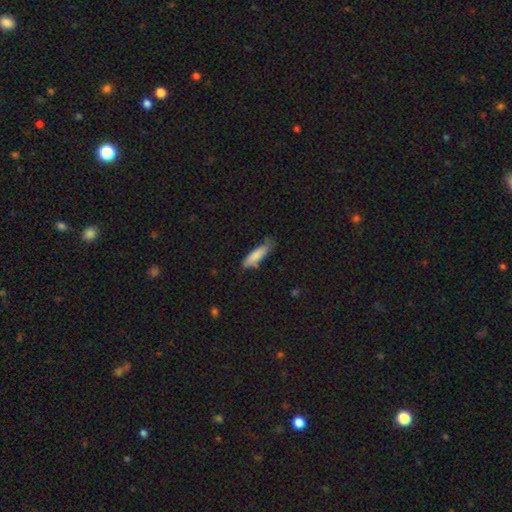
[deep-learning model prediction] This appears to be a smooth galaxy with no disk features (83%) that is cigar-shaped (70%). Merging: none (66%).